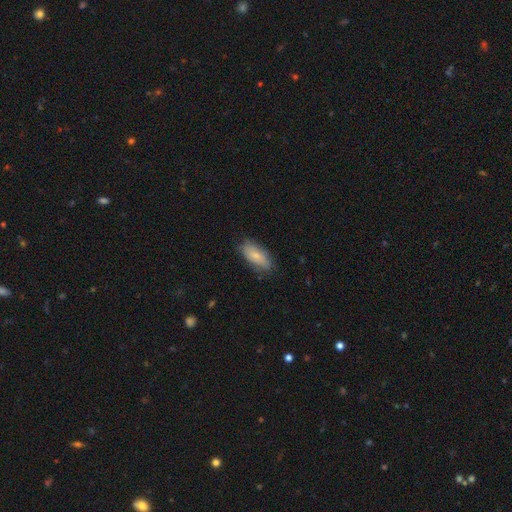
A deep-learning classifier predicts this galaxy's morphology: Smooth or featured?
  - smooth: 78% *
  - featured or disk: 16%
  - star or artifact: 6%
How rounded?
  - in between: 85% *
  - cigar-shaped: 13%
  - round: 2%
Merging?
  - none: 78% *
  - minor disturbance: 18%
  - major disturbance: 3%
  - merger: 1%